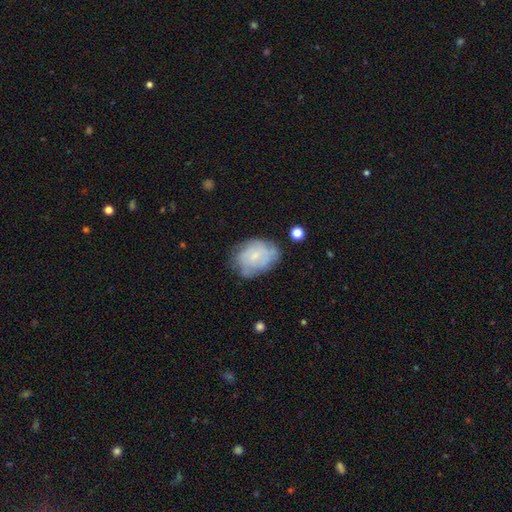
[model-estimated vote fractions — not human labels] featured or disk 48%, smooth 43%, star or artifact 9%. Down the decision tree: merging — none (56%).